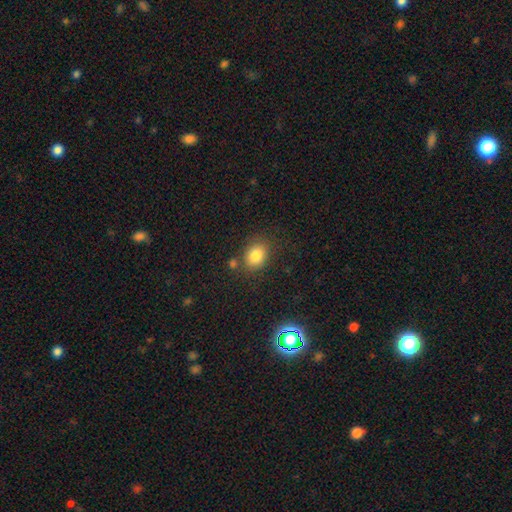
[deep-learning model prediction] Smooth or featured? smooth (83%)
How rounded? in between (57%)
Merging? none (74%)